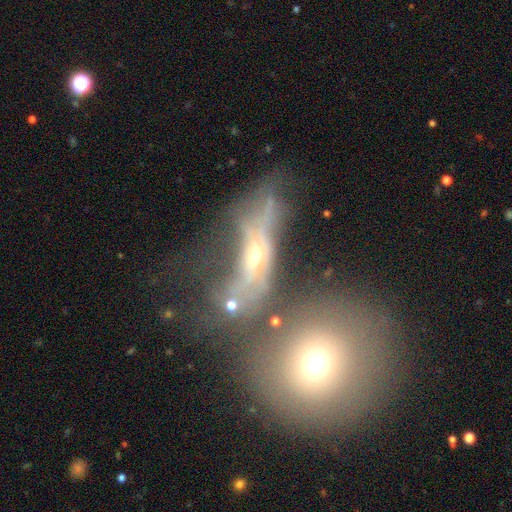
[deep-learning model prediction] This appears to be a featured or disk galaxy (53%). Merging: merger (34%).